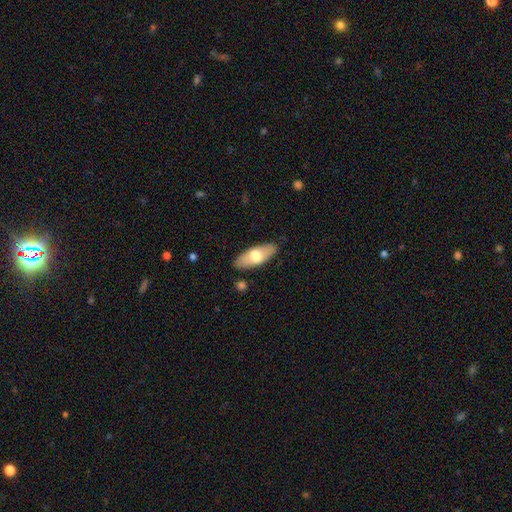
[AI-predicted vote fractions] This is likely a smooth galaxy (64%). How rounded: likely in between (77%). Merging: clearly none (86%).